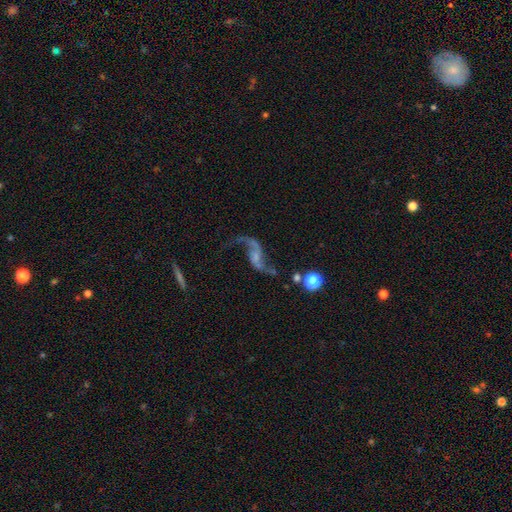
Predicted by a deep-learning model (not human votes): Smooth or featured? featured or disk (86%)
Edge-on disk? no (96%)
Bar? no (49%)
Spiral arms? yes (95%)
Spiral winding? loose (92%)
Spiral arm count? 2 (93%)
Bulge size? none (43%)
Merging? none (64%)